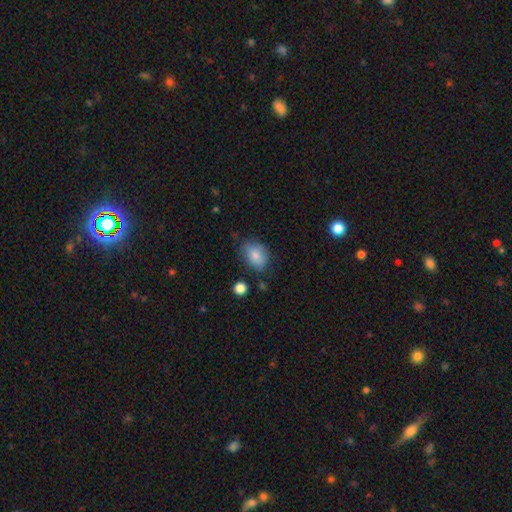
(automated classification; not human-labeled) A smooth galaxy with no disk features (82%) that is in between round and cigar-shaped (71%). Merging: none (67%).